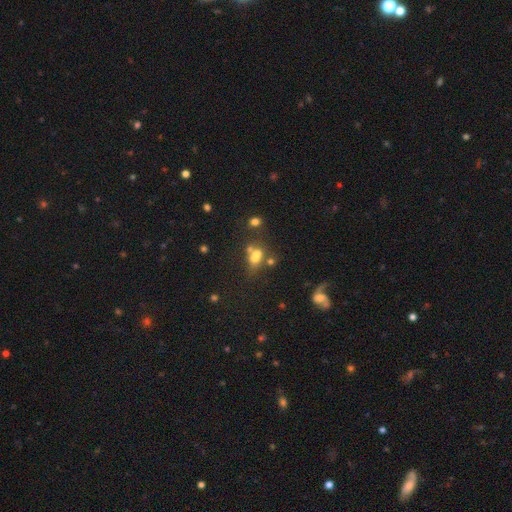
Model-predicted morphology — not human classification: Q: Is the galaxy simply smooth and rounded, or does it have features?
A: smooth — 59%.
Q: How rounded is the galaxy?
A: in between — 55%.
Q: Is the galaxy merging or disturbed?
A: merger — 47%.